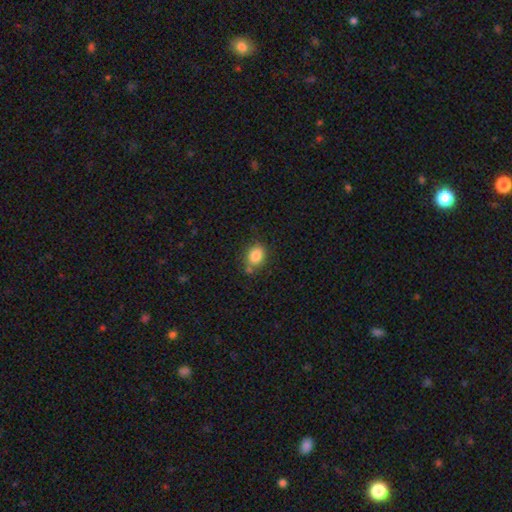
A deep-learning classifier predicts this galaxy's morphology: smooth_or_featured: smooth (p=0.84) [alt: star or artifact p=0.09]
how_rounded: round (p=0.50) [alt: in between p=0.49]
merging: none (p=0.69) [alt: minor disturbance p=0.17]